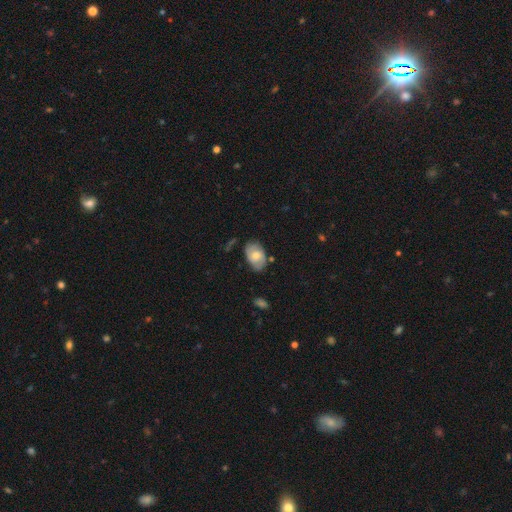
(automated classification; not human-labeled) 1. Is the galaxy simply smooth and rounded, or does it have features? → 53% smooth, 40% featured or disk, 7% star or artifact.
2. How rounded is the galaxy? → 87% in between, 12% round, 1% cigar-shaped.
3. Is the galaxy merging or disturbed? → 65% none, 26% minor disturbance, 6% major disturbance, 3% merger.